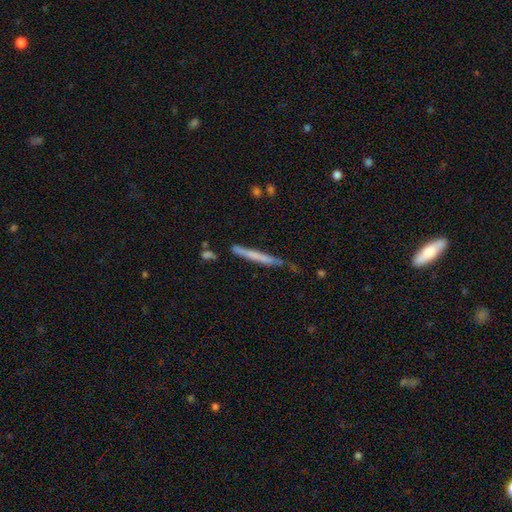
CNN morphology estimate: This appears to be a smooth galaxy with no disk features (51%) that is cigar-shaped (96%). Merging: none (70%).